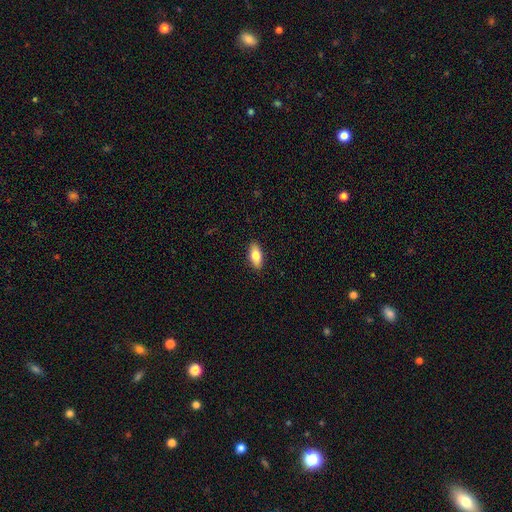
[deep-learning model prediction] This appears to be a smooth galaxy with no disk features (75%) that is in between round and cigar-shaped (83%). Merging: none (90%).